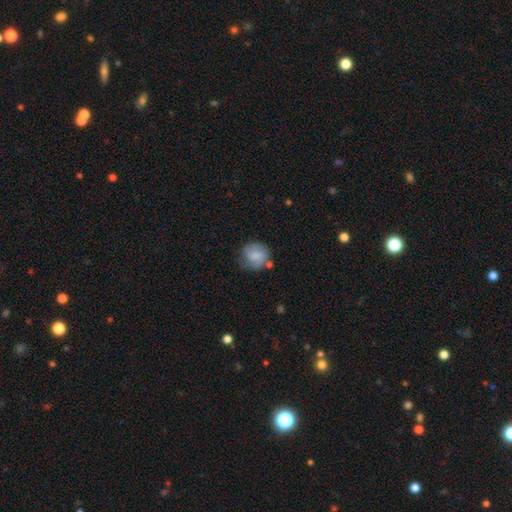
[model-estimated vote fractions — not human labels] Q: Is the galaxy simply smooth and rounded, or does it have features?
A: smooth — 69%.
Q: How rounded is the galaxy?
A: round — 82%.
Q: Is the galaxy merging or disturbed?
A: none — 61%.